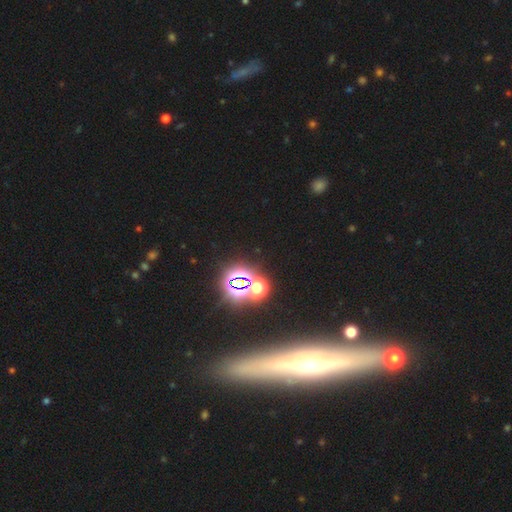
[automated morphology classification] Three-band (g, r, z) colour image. It shows a featured or disk galaxy (64%) viewed edge-on (90%) with a rounded central bulge (74%). Merging: none (86%).